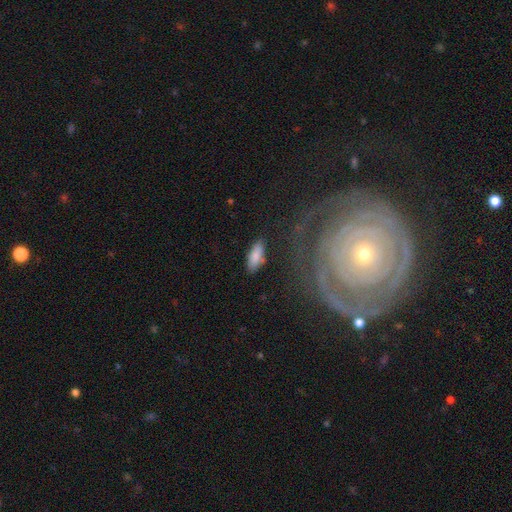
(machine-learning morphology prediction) smooth-or-featured: smooth: 84% | featured or disk: 10% | star or artifact: 7%
  how-rounded: in between: 74% | cigar-shaped: 24% | round: 2%
  merging: none: 78% | minor disturbance: 15% | merger: 4% | major disturbance: 4%